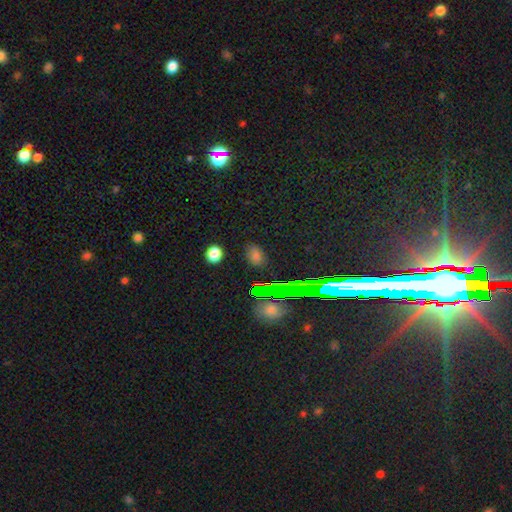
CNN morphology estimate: Smooth or featured: smooth — 67% (star or artifact — 26%)
How rounded: in between — 68% (round — 29%)
Merging: none — 83% (minor disturbance — 11%)